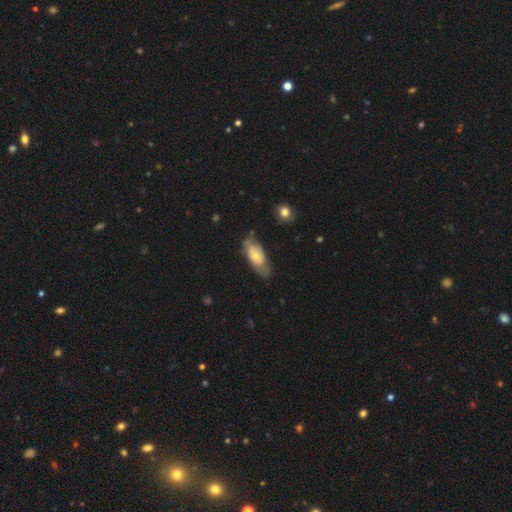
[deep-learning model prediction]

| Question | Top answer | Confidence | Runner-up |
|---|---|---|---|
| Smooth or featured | smooth | 47% | tied: featured or disk (47%) |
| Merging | none | 64% | minor disturbance (27%) |